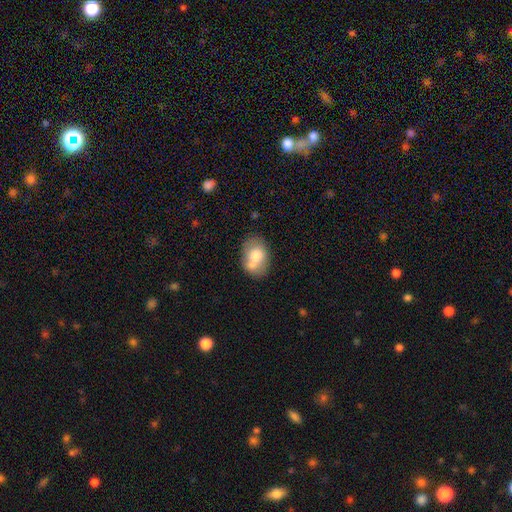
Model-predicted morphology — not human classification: This appears to be a smooth galaxy with no disk features (72%) that is in between round and cigar-shaped (78%). Merging: none (47%).